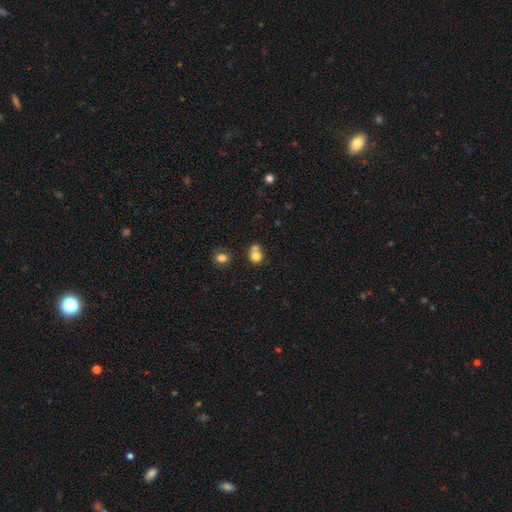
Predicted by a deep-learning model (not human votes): This appears to be a smooth galaxy with no disk features (76%) that is round (74%). Merging: merger (49%).